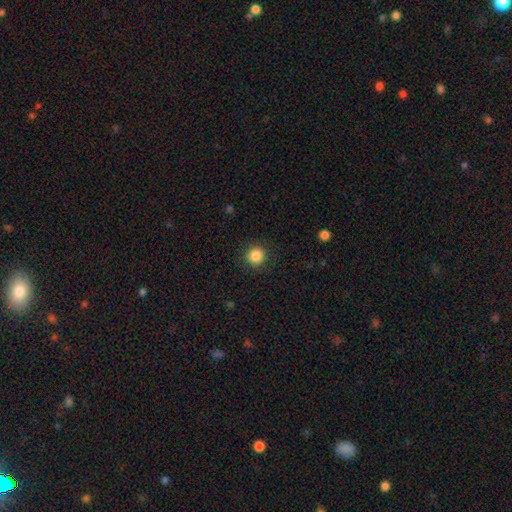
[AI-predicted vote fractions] Overall: smooth (86%). How rounded: round (93%). Merging: none (90%).